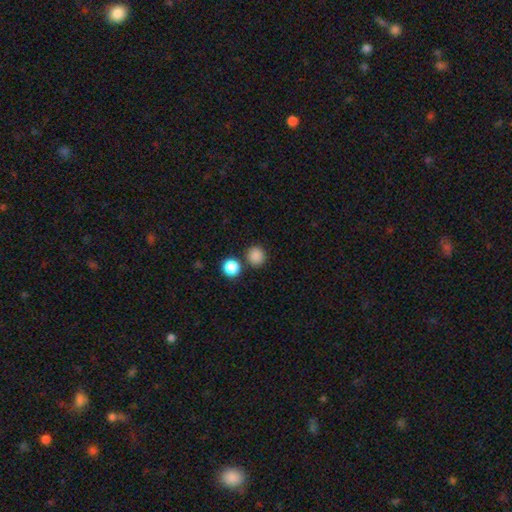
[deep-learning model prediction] Smooth or featured: smooth — 85% (star or artifact — 11%)
How rounded: round — 91% (in between — 8%)
Merging: none — 83% (merger — 7%)